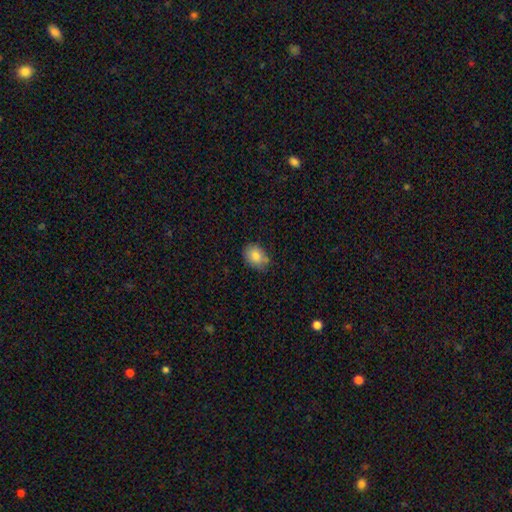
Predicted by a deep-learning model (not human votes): smooth 83%, featured or disk 9%, star or artifact 8%. Down the decision tree: how rounded — in between (73%); merging — none (72%).